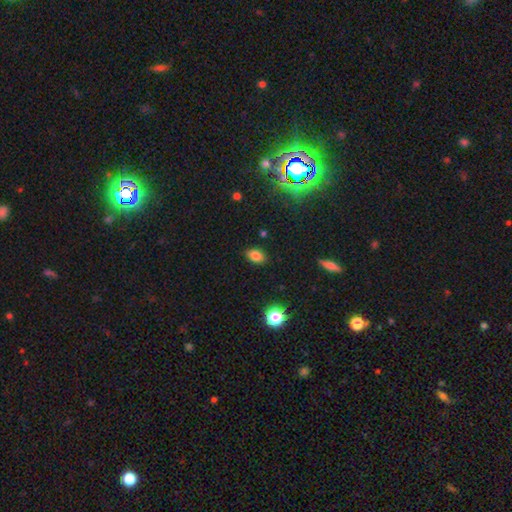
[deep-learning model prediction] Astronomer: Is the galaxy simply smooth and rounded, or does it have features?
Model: smooth — 80%.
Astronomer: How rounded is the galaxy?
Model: in between — 85%.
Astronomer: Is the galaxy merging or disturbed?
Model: none — 85%.